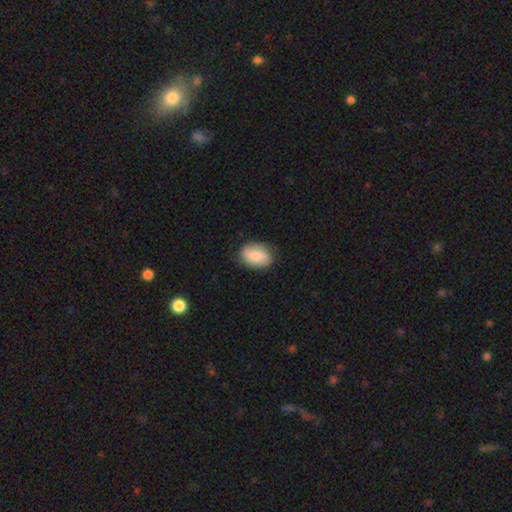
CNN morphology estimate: Smooth or featured? smooth (79%)
How rounded? in between (83%)
Merging? none (81%)